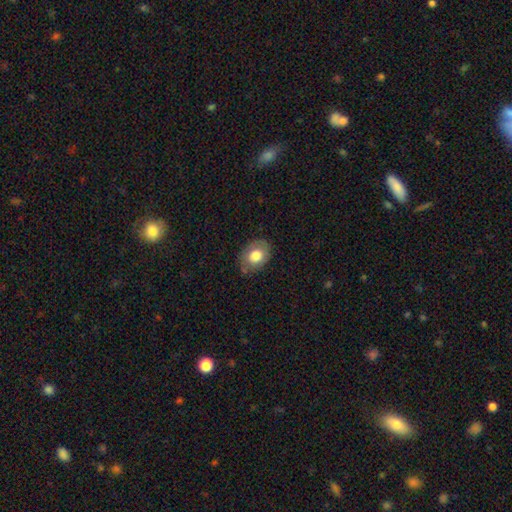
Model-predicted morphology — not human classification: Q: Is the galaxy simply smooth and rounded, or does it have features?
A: smooth — 73%.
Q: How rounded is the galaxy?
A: in between — 66%.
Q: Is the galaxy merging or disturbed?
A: none — 74%.